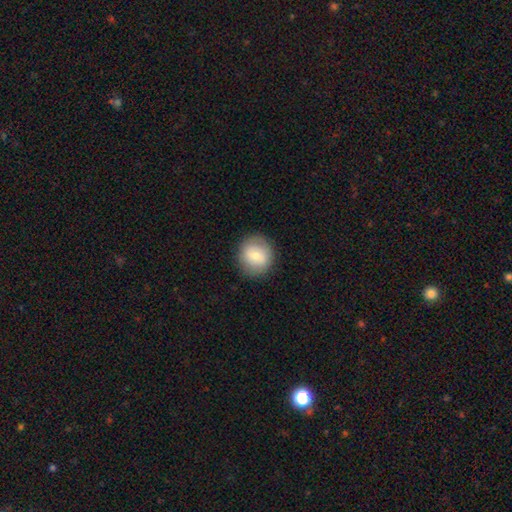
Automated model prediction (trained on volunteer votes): Q: Smooth or featured?
A: smooth (75%); runner-up: featured or disk (18%)
Q: How rounded?
A: round (87%); runner-up: in between (12%)
Q: Merging?
A: none (86%); runner-up: minor disturbance (10%)